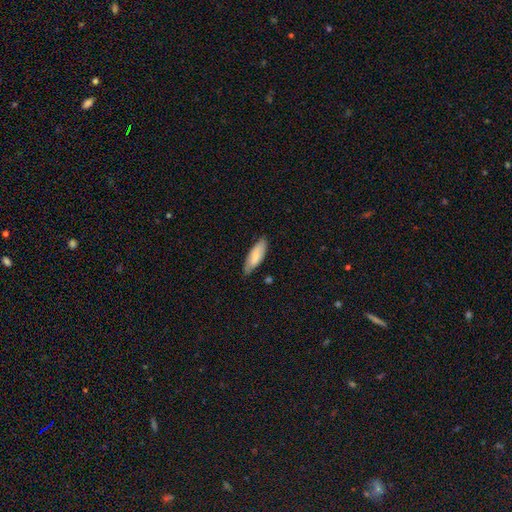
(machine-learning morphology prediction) Smooth or featured? smooth (74%)
How rounded? in between (65%)
Merging? none (75%)